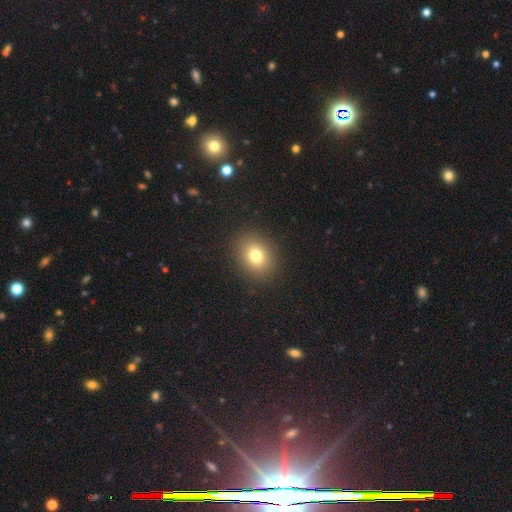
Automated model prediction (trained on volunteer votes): smooth_or_featured: smooth (p=0.76) [alt: star or artifact p=0.13]
how_rounded: round (p=0.55) [alt: in between p=0.44]
merging: none (p=0.89) [alt: minor disturbance p=0.07]